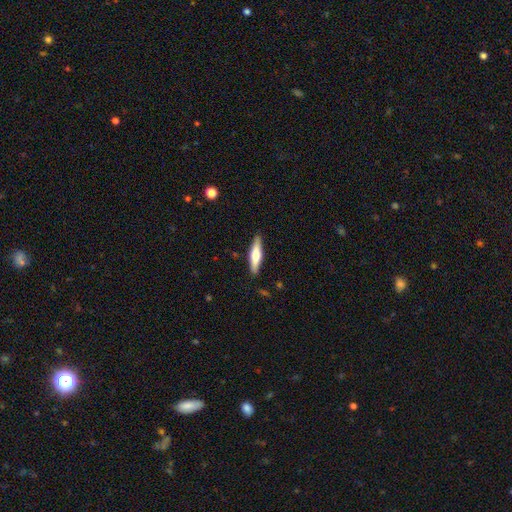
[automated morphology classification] Q: Smooth or featured?
A: smooth (55%); runner-up: featured or disk (40%)
Q: How rounded?
A: cigar-shaped (73%); runner-up: in between (25%)
Q: Merging?
A: none (88%); runner-up: minor disturbance (9%)